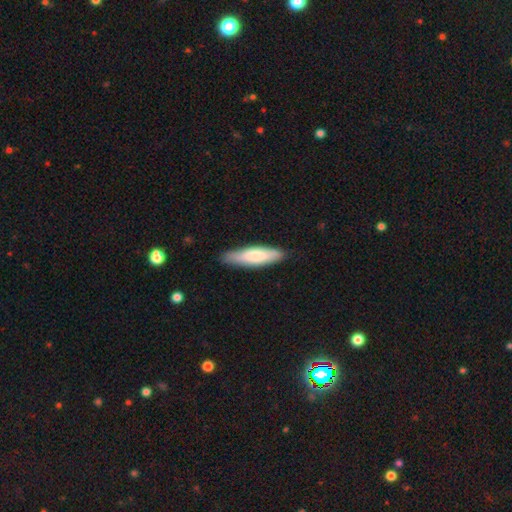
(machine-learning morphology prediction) The model was most divided on "how rounded": cigar-shaped: 71%, in between: 27%, round: 1%. More confident: merging — none (83%); smooth or featured — smooth (73%).